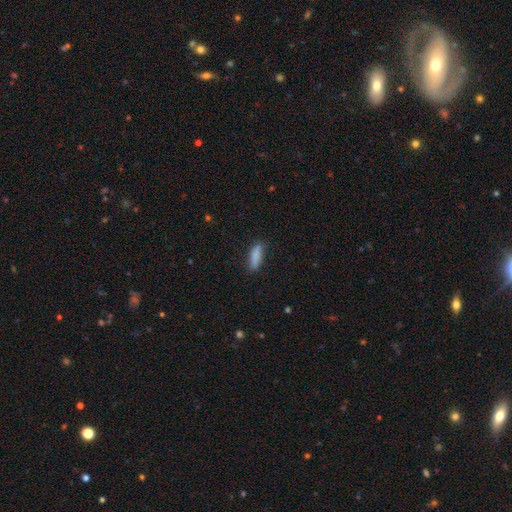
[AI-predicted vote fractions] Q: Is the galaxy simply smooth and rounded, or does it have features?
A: smooth — 85%.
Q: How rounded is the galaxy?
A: cigar-shaped — 56%.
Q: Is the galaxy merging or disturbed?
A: none — 80%.